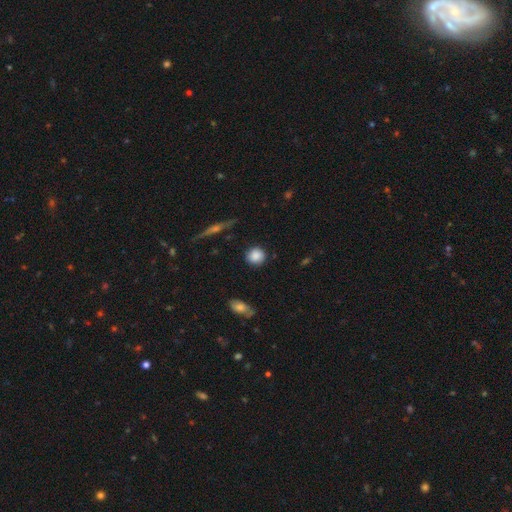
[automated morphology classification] Overall: smooth (85%). How rounded: round (88%). Merging: none (84%).